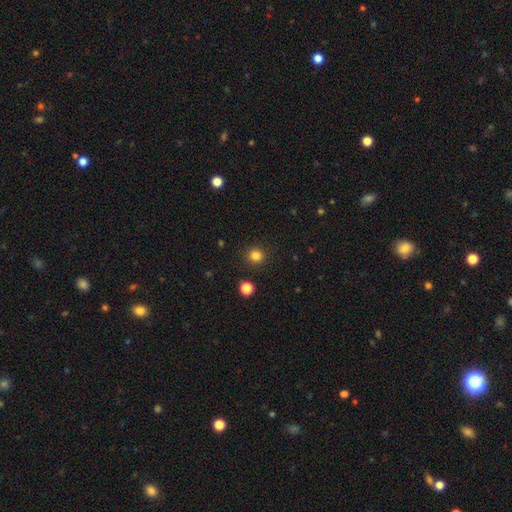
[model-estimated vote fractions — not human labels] Smooth or featured? smooth (83%)
How rounded? round (92%)
Merging? none (91%)